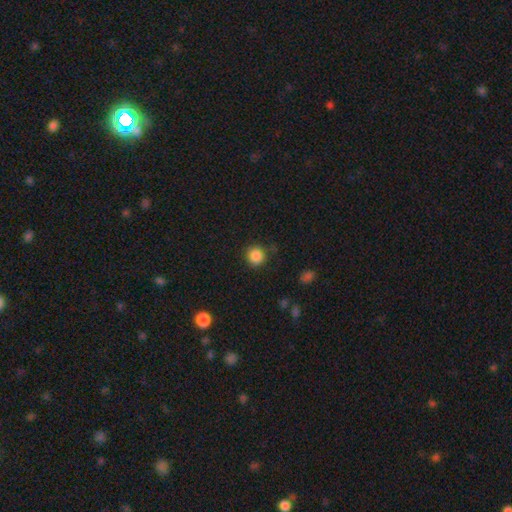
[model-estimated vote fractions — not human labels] Smooth or featured: smooth — 87% (star or artifact — 10%)
How rounded: round — 92% (in between — 7%)
Merging: none — 85% (minor disturbance — 10%)